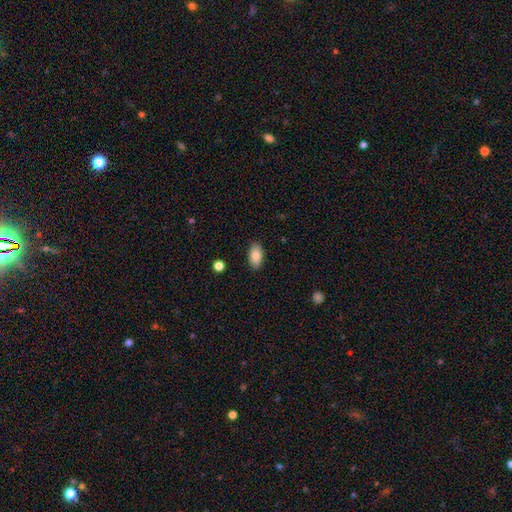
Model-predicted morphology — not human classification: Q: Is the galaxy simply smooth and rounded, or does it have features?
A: smooth — 86%.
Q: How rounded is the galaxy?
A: in between — 93%.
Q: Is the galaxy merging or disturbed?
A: none — 88%.